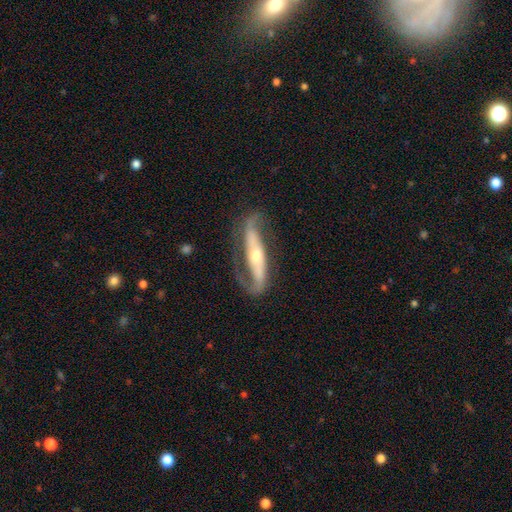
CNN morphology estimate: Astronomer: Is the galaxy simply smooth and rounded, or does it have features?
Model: featured or disk — 85%.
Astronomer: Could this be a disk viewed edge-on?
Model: no — 80%.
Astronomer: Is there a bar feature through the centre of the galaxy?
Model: strong — 52% (runner-up: no, 30%).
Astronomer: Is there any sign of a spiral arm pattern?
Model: yes — 94%.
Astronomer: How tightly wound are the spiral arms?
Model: loose — 41% (runner-up: medium, 40%).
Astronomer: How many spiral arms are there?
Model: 2 — 87%.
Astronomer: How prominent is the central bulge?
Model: moderate — 51% (runner-up: small, 42%).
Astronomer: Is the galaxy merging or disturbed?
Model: none — 70%.